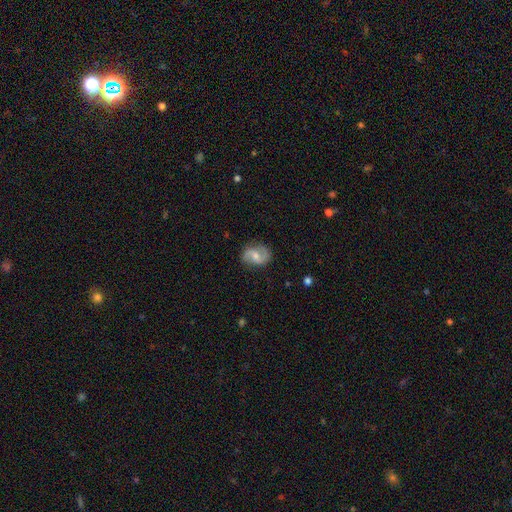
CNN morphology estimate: type=featured or disk (75%); edge-on=no (98%); bar=weak (45%); spiral arms=yes (94%); winding=loose (43%, tied with medium); arm count=2 (91%); bulge=moderate (53%); merging=none (80%).